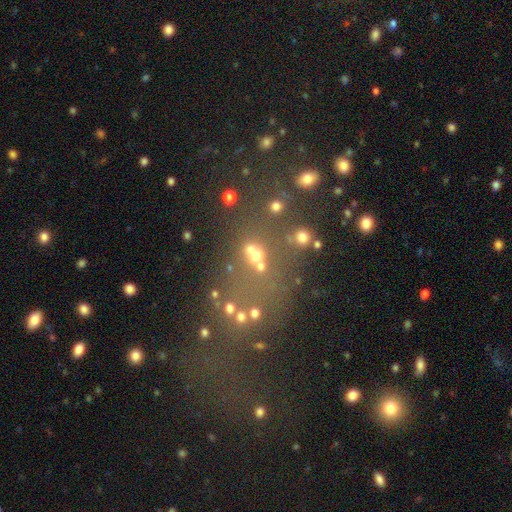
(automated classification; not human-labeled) star or artifact 42%, smooth 38%, featured or disk 20%.